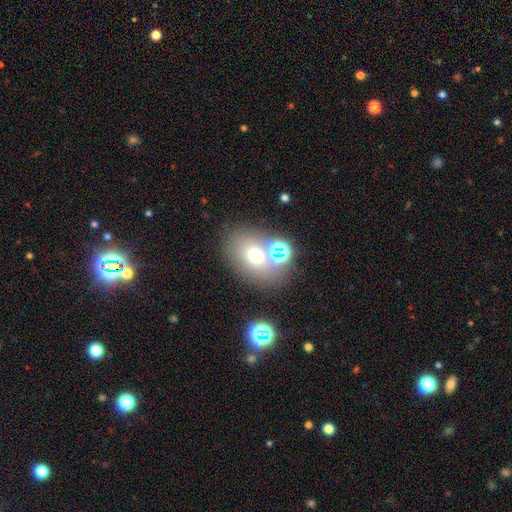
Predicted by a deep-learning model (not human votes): smooth-or-featured: smooth: 62% | star or artifact: 21% | featured or disk: 17%
  how-rounded: in between: 55% | round: 44% | cigar-shaped: 1%
  merging: none: 62% | merger: 20% | minor disturbance: 12% | major disturbance: 6%